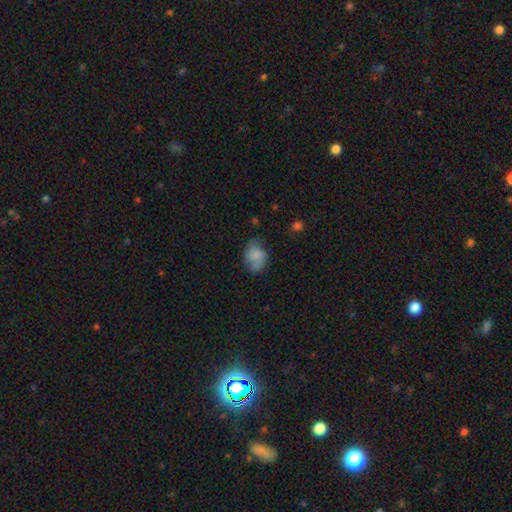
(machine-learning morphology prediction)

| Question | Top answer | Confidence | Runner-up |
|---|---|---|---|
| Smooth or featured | smooth | 72% | featured or disk (20%) |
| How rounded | in between | 60% | round (39%) |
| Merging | none | 53% | minor disturbance (31%) |